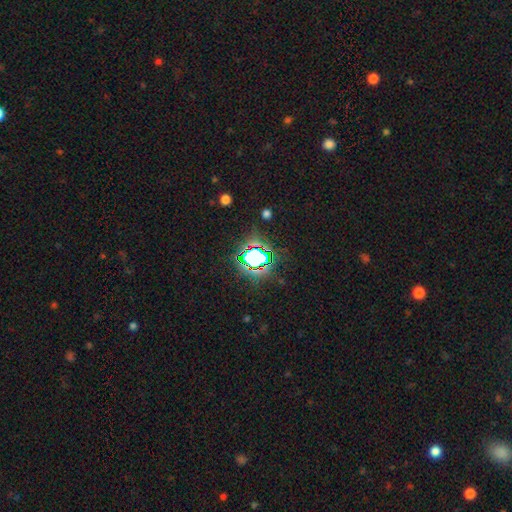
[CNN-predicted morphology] smooth-or-featured: star or artifact: 68% | smooth: 21% | featured or disk: 11%